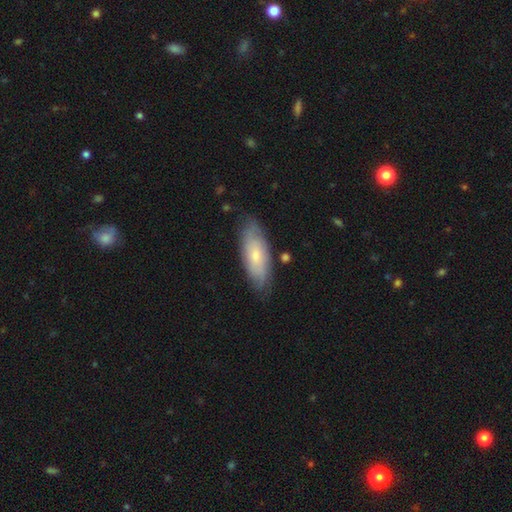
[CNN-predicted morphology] Smooth or featured?
  - smooth: 48% *
  - featured or disk: 46%
  - star or artifact: 6%
Merging?
  - none: 75% *
  - minor disturbance: 19%
  - major disturbance: 4%
  - merger: 2%